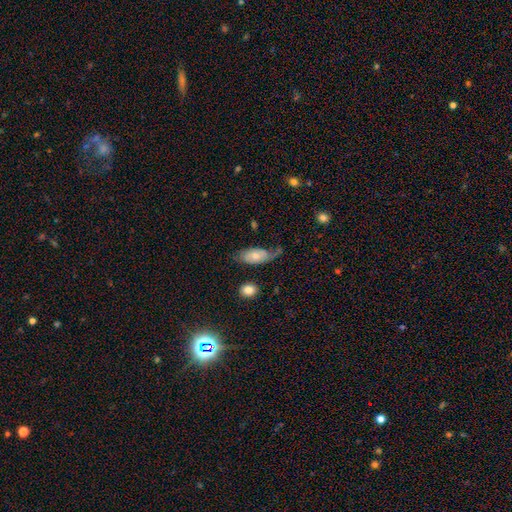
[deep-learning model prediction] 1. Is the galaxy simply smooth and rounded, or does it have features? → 48% smooth, 45% featured or disk, 7% star or artifact.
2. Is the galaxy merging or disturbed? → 41% none, 29% minor disturbance, 25% major disturbance, 5% merger.